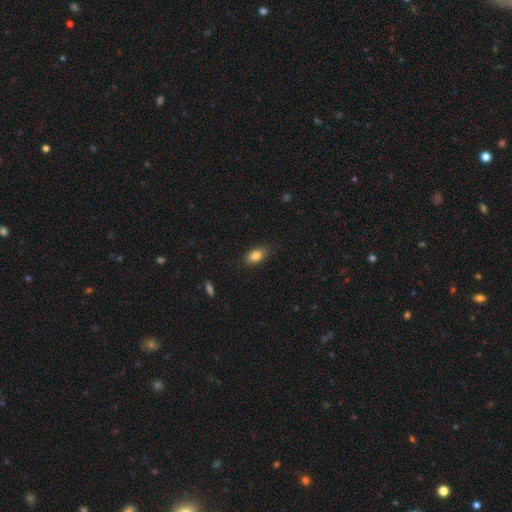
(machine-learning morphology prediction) smooth 84%, star or artifact 8%, featured or disk 8%. Down the decision tree: how rounded — in between (86%); merging — none (82%).